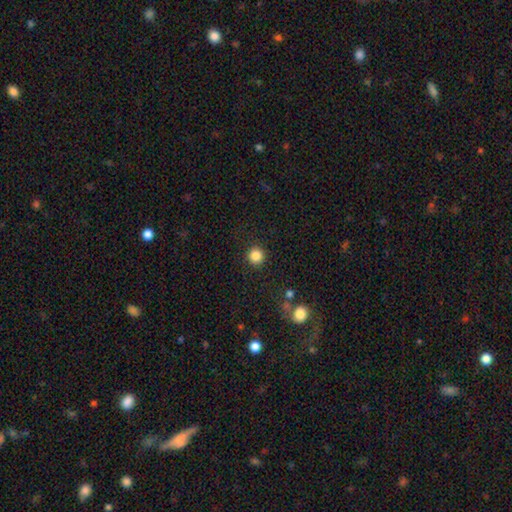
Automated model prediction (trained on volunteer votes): smooth-or-featured: smooth: 85% | star or artifact: 11% | featured or disk: 4%
  how-rounded: round: 95% | in between: 4% | cigar-shaped: 1%
  merging: none: 92% | minor disturbance: 5% | major disturbance: 2% | merger: 1%